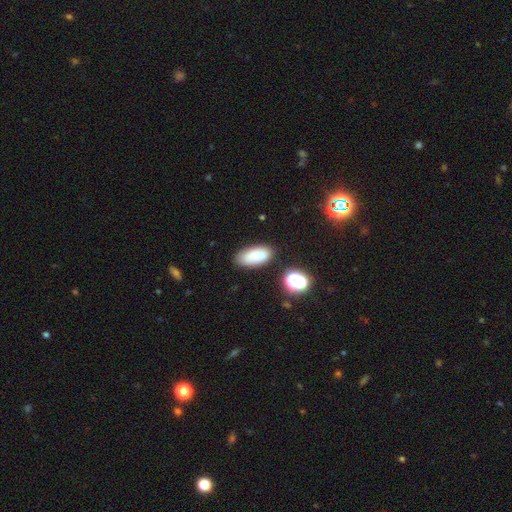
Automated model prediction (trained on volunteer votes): smooth_or_featured: smooth (p=0.77) [alt: featured or disk p=0.13]
how_rounded: in between (p=0.91) [alt: cigar-shaped p=0.06]
merging: none (p=0.78) [alt: minor disturbance p=0.14]